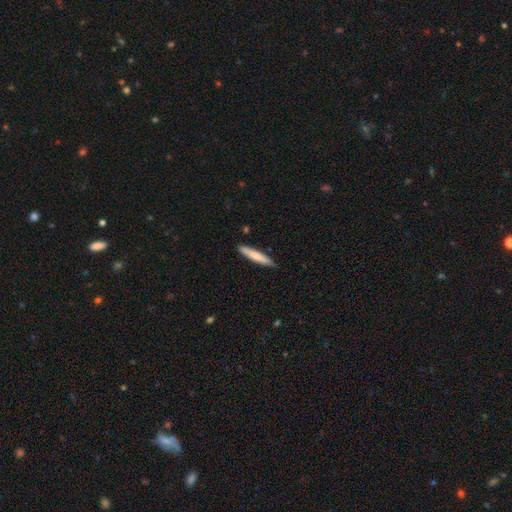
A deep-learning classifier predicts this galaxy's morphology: Overall: smooth (75%). How rounded: cigar-shaped (91%). Merging: none (86%).